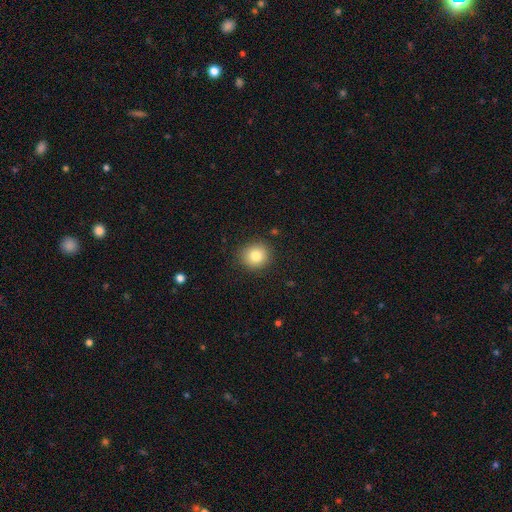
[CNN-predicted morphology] smooth_or_featured: smooth (p=0.82) [alt: star or artifact p=0.10]
how_rounded: round (p=0.86) [alt: in between p=0.13]
merging: none (p=0.88) [alt: minor disturbance p=0.08]